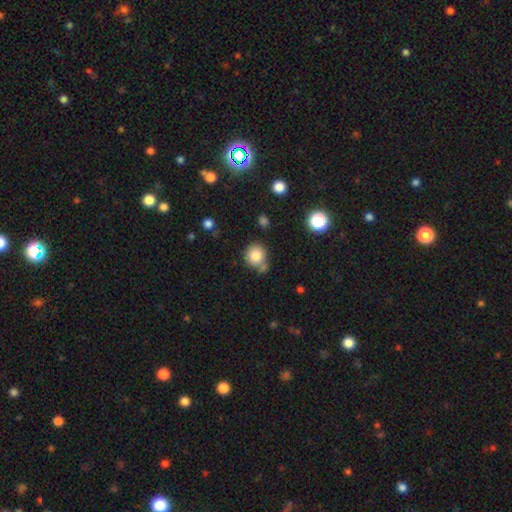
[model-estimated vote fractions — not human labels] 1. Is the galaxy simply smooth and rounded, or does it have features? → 81% smooth, 11% star or artifact, 8% featured or disk.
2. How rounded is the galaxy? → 87% round, 12% in between, 1% cigar-shaped.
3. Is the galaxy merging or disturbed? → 63% none, 17% merger, 15% minor disturbance, 5% major disturbance.